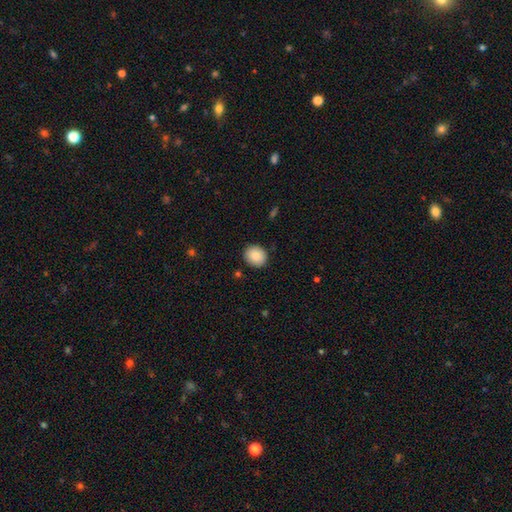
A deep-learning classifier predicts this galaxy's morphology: Smooth or featured? Predicted: smooth (p=0.86). How rounded? Predicted: round (p=0.78). Merging? Predicted: none (p=0.89).